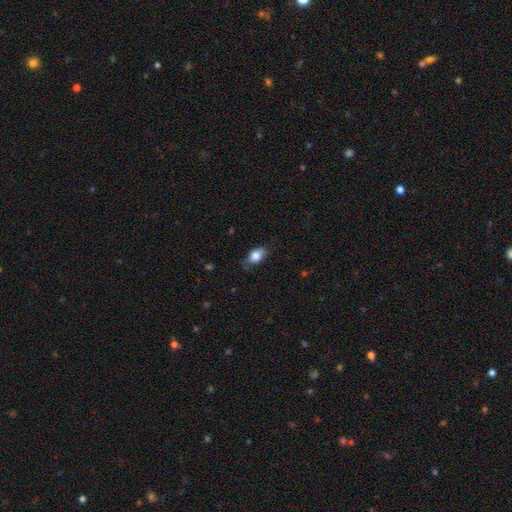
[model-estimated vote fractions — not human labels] smooth_or_featured: smooth (p=0.80) [alt: featured or disk p=0.13]
how_rounded: in between (p=0.83) [alt: round p=0.14]
merging: none (p=0.68) [alt: minor disturbance p=0.25]